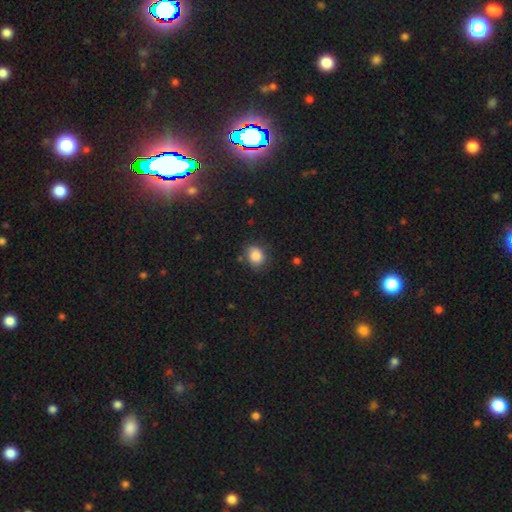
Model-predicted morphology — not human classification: Smooth or featured?
  - smooth: 84% *
  - star or artifact: 9%
  - featured or disk: 7%
How rounded?
  - round: 57% *
  - in between: 42%
  - cigar-shaped: 1%
Merging?
  - none: 74% *
  - minor disturbance: 19%
  - major disturbance: 5%
  - merger: 2%